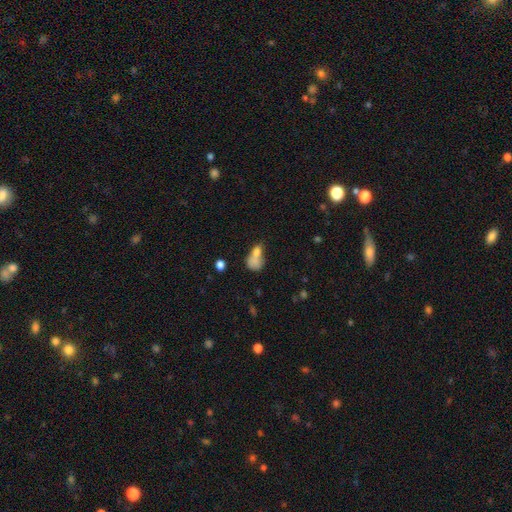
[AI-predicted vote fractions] Smooth or featured: smooth — 71% (featured or disk — 17%)
How rounded: in between — 70% (round — 25%)
Merging: merger — 51% (none — 21%)